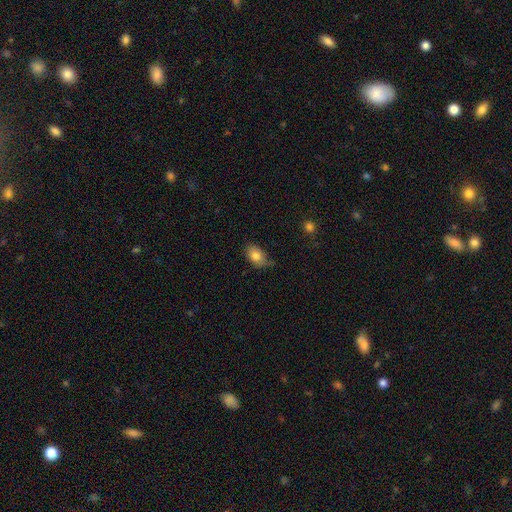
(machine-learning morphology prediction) The model was most divided on "merging": none: 64%, minor disturbance: 29%, major disturbance: 5%, merger: 2%. More confident: how rounded — in between (85%); smooth or featured — smooth (81%).